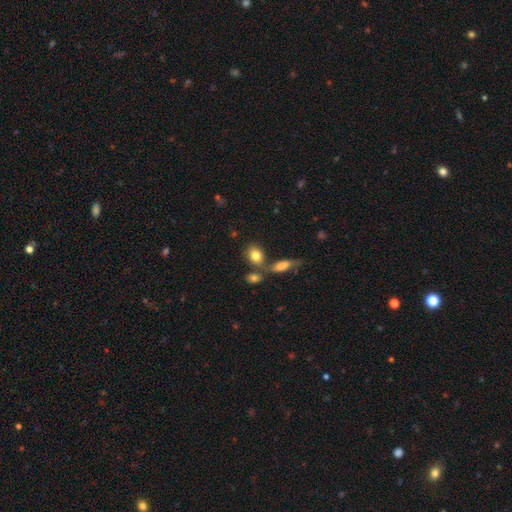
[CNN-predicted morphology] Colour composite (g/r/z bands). It shows a smooth galaxy with no disk features (81%) that is in between round and cigar-shaped (62%). Merging: none (55%).